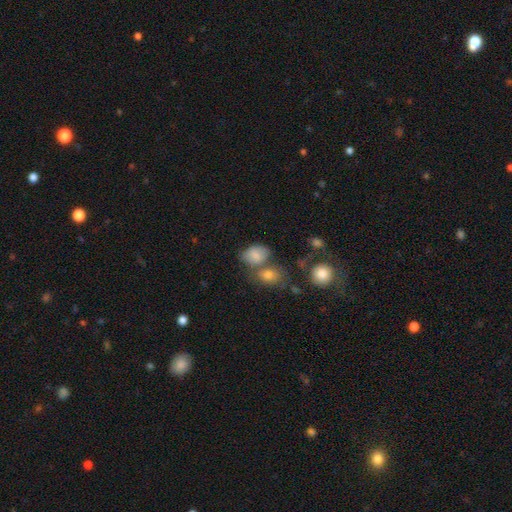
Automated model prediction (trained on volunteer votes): Smooth or featured? Predicted: smooth (p=0.80). How rounded? Predicted: in between (p=0.74). Merging? Predicted: none (p=0.40).